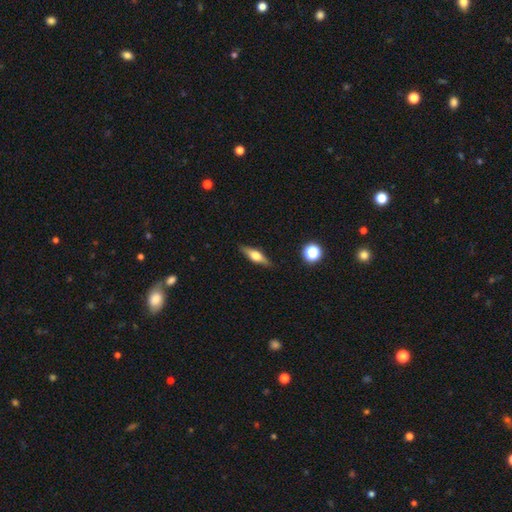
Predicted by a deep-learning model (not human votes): This is possibly a featured or disk galaxy (54%). It is clearly viewed edge-on (94%). Edge-on bulge: clearly rounded (90%). Merging: clearly none (87%).